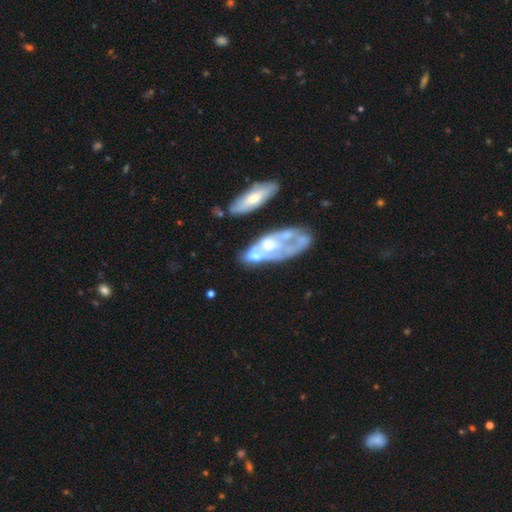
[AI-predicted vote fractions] Smooth or featured? featured or disk (62%)
Edge-on disk? no (88%)
Bar? no (82%)
Spiral arms? no (79%)
Bulge size? moderate (52%)
Merging? merger (40%)